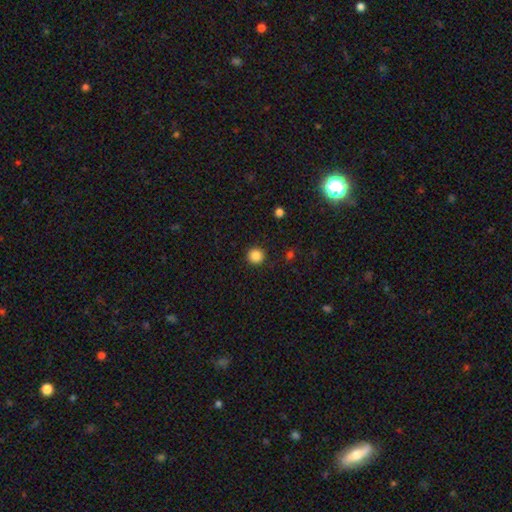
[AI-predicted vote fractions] smooth 86%, star or artifact 10%, featured or disk 3%. Down the decision tree: how rounded — round (95%); merging — none (92%).